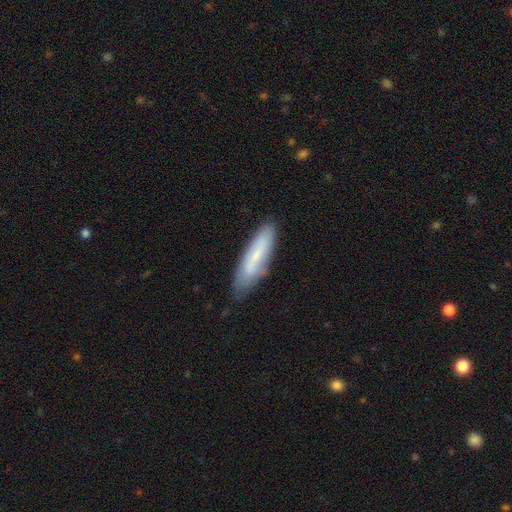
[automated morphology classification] smooth 59%, featured or disk 34%, star or artifact 7%. Down the decision tree: how rounded — cigar-shaped (66%); merging — none (72%).